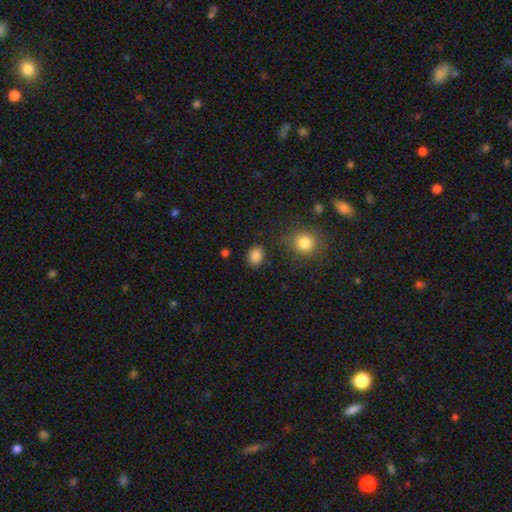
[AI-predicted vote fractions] Smooth or featured?
  - smooth: 86% *
  - star or artifact: 10%
  - featured or disk: 4%
How rounded?
  - in between: 51% *
  - round: 48%
  - cigar-shaped: 1%
Merging?
  - none: 85% *
  - minor disturbance: 10%
  - merger: 3%
  - major disturbance: 3%